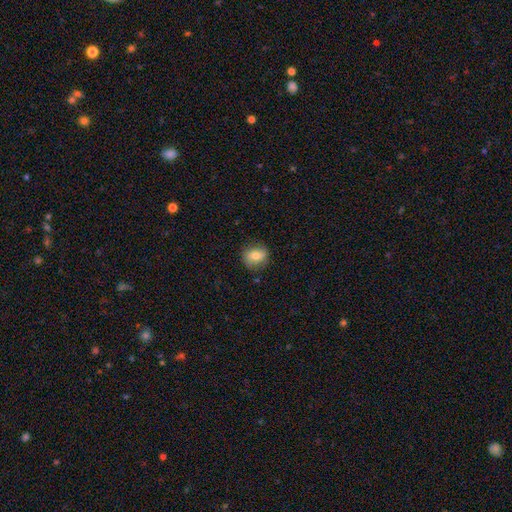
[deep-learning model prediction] A smooth galaxy with no disk features (71%) that is round (65%). Merging: none (79%).